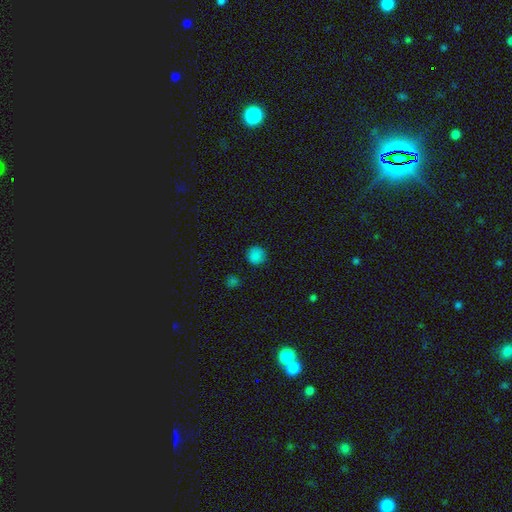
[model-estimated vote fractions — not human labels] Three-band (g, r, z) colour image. It shows a smooth galaxy with no disk features (83%) that is round (94%). Merging: none (90%).